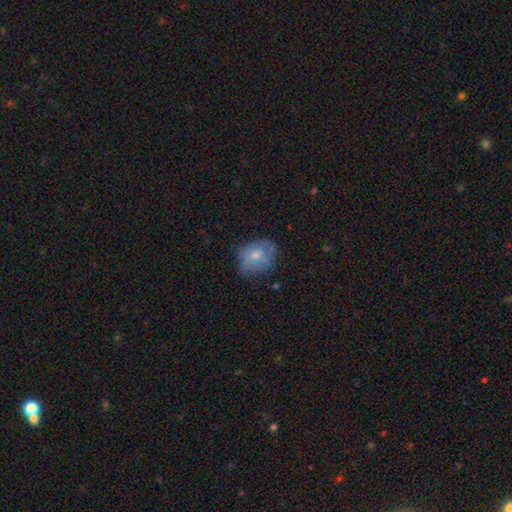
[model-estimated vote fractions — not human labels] smooth 67%, featured or disk 25%, star or artifact 8%. Down the decision tree: how rounded — round (51%); merging — none (57%).